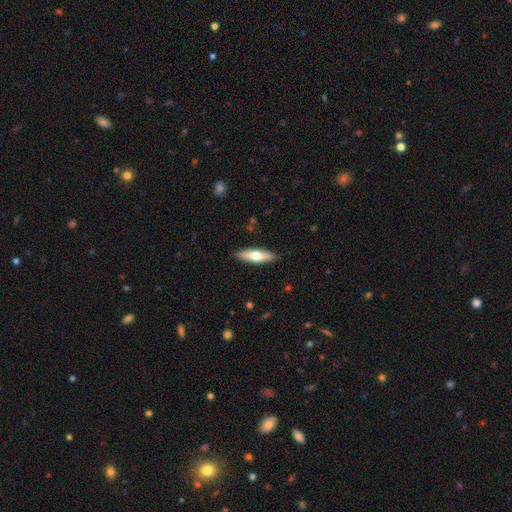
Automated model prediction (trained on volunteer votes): This is likely a smooth galaxy (60%). How rounded: possibly cigar-shaped (57%). Merging: clearly none (88%).